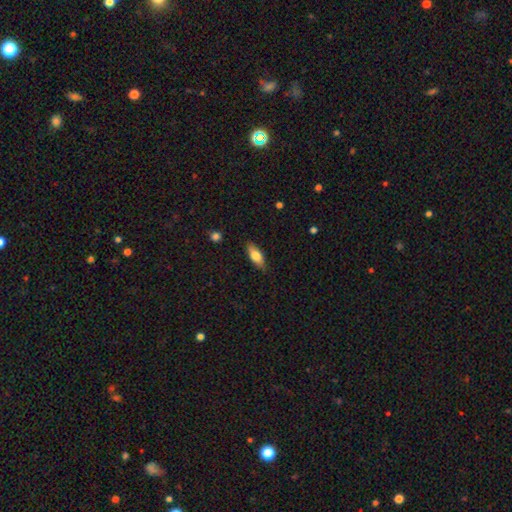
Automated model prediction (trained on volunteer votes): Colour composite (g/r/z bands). It shows a smooth galaxy with no disk features (73%) that is in between round and cigar-shaped (72%). Merging: none (86%).